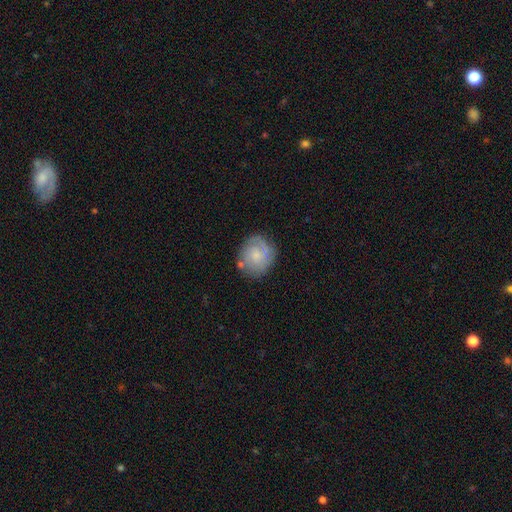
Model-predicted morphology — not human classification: type=featured or disk (47%); merging=none (71%).